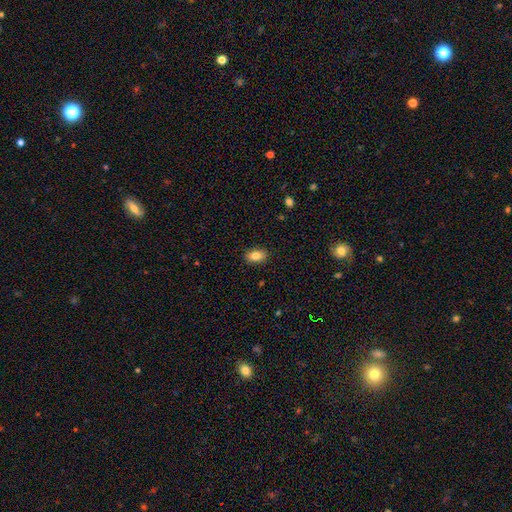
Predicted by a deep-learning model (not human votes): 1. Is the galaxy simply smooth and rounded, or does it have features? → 83% smooth, 9% featured or disk, 8% star or artifact.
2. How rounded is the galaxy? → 90% in between, 7% round, 3% cigar-shaped.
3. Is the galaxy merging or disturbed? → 89% none, 8% minor disturbance, 2% major disturbance, 1% merger.